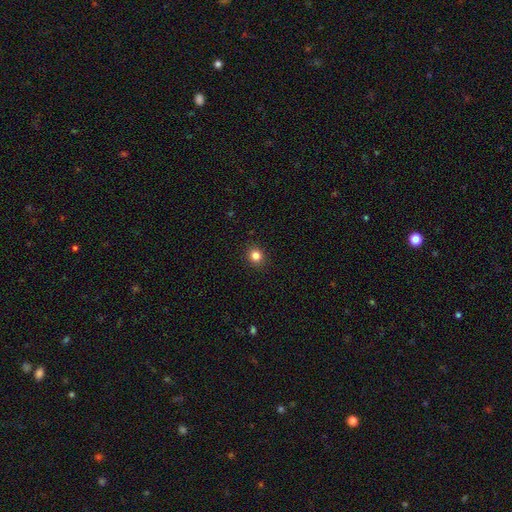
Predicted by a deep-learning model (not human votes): Smooth or featured? Predicted: smooth (p=0.83). How rounded? Predicted: round (p=0.83). Merging? Predicted: none (p=0.91).